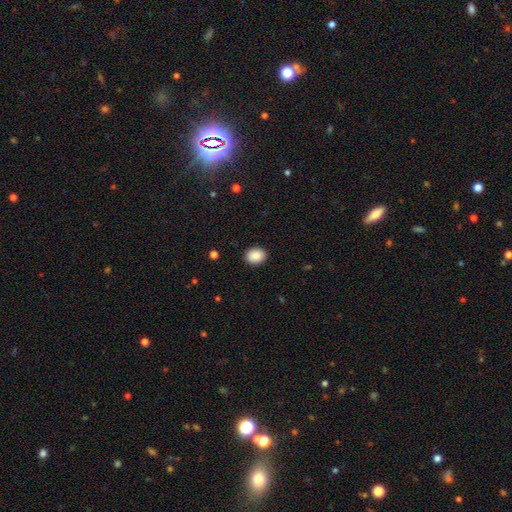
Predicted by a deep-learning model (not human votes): A smooth galaxy with no disk features (88%) that is in between round and cigar-shaped (51%).

Vote fractions:
- Smooth or featured? smooth: 88% / star or artifact: 8% / featured or disk: 4%
- How rounded? in between: 51% / round: 48% / cigar-shaped: 1%
- Merging? none: 91% / minor disturbance: 7% / major disturbance: 2% / merger: 1%